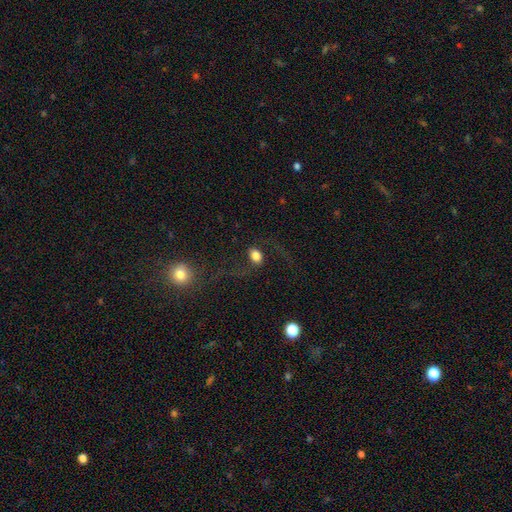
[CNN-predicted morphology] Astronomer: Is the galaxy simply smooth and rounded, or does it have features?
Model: smooth — 61%.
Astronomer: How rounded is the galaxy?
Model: in between — 68%.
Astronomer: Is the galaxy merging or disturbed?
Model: none — 64%.